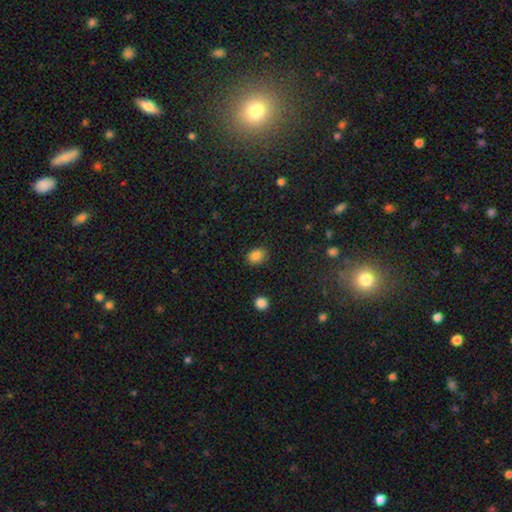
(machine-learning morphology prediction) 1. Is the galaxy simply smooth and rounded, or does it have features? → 85% smooth, 10% star or artifact, 4% featured or disk.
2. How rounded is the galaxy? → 64% in between, 35% round, 1% cigar-shaped.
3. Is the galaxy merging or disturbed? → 84% none, 12% minor disturbance, 3% major disturbance, 1% merger.